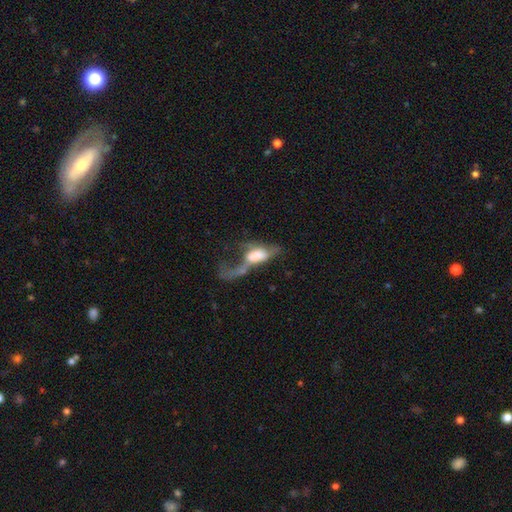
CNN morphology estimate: This is possibly a smooth galaxy (48%). Merging: likely major disturbance (60%).